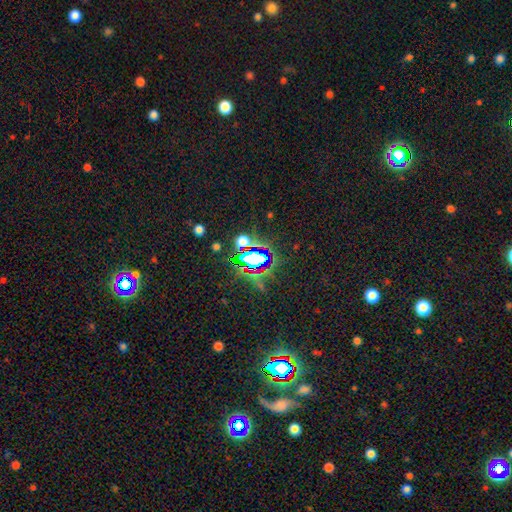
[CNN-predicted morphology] Overall: star or artifact (80%).